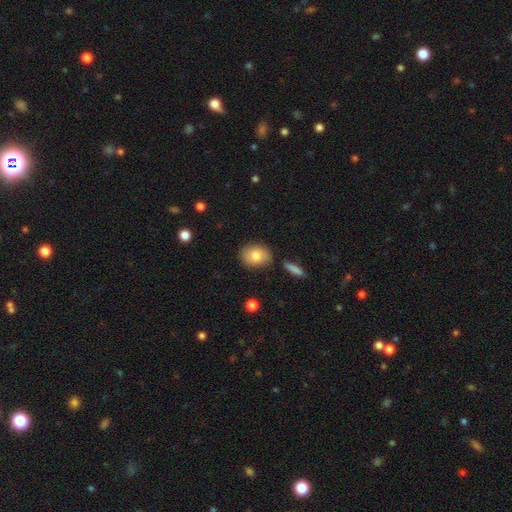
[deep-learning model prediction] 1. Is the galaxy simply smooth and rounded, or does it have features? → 81% smooth, 12% featured or disk, 8% star or artifact.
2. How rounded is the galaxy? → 63% in between, 35% round, 2% cigar-shaped.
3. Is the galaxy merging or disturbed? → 78% none, 14% minor disturbance, 5% merger, 3% major disturbance.